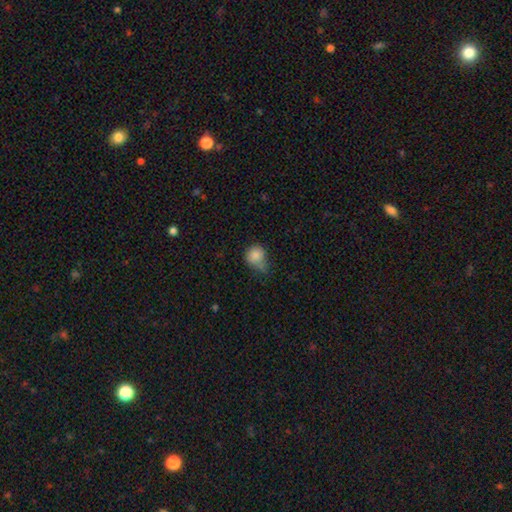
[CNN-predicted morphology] smooth 83%, star or artifact 9%, featured or disk 7%. Down the decision tree: how rounded — round (76%); merging — minor disturbance (40%).